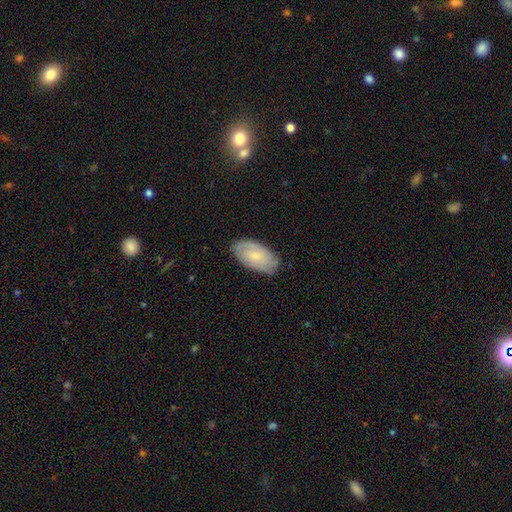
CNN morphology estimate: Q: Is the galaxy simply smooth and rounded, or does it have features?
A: smooth — 58%.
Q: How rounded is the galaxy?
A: in between — 94%.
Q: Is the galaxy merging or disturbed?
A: none — 80%.